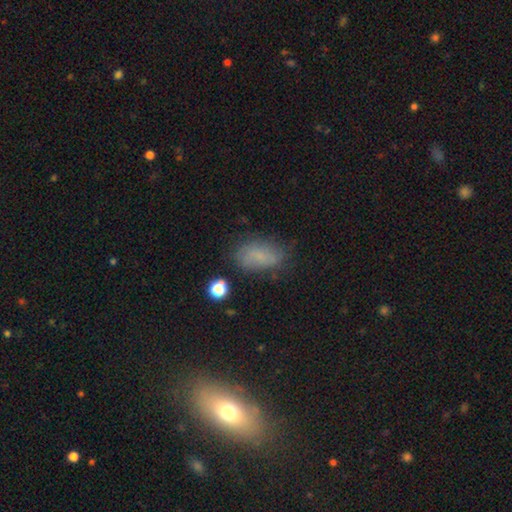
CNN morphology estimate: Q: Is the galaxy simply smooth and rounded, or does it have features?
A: smooth — 65%.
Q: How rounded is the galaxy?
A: in between — 89%.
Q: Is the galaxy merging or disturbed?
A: none — 69%.